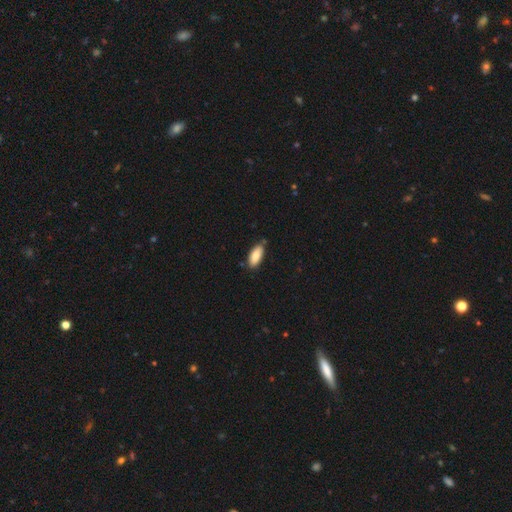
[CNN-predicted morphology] The model was most divided on "merging": none: 76%, minor disturbance: 18%, merger: 3%, major disturbance: 3%. More confident: smooth or featured — smooth (85%); how rounded — in between (84%).